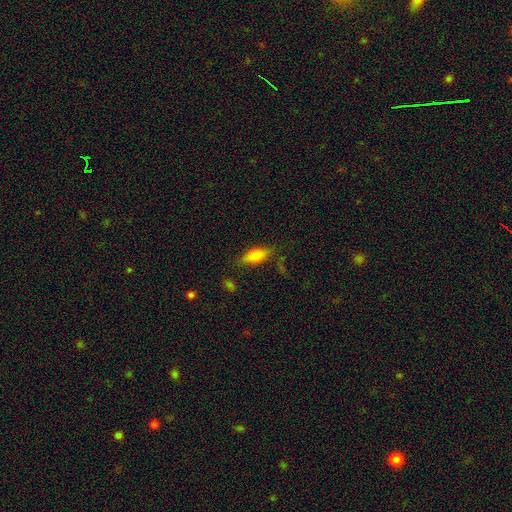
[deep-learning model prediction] Smooth or featured?
  - smooth: 69% *
  - featured or disk: 23%
  - star or artifact: 8%
How rounded?
  - in between: 75% *
  - cigar-shaped: 21%
  - round: 3%
Merging?
  - none: 74% *
  - minor disturbance: 18%
  - major disturbance: 6%
  - merger: 3%